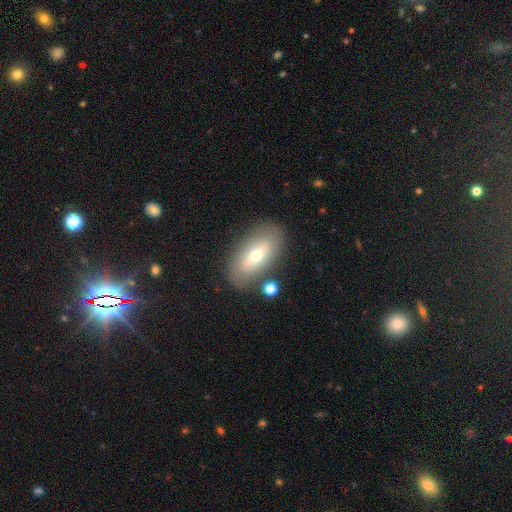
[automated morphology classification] Smooth or featured? Predicted: smooth (p=0.57). How rounded? Predicted: in between (p=0.87). Merging? Predicted: none (p=0.79).